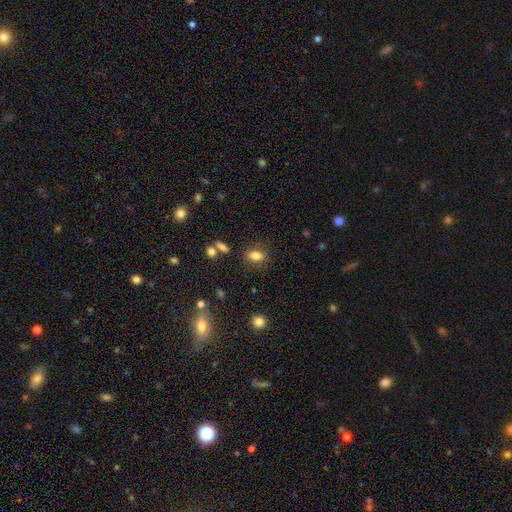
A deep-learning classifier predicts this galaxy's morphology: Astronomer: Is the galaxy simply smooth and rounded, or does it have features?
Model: smooth — 81%.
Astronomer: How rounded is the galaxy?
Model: in between — 79%.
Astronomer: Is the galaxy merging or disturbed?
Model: none — 80%.